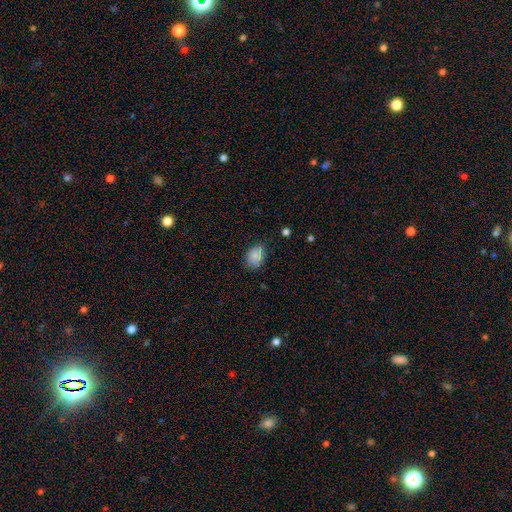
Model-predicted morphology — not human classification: Smooth or featured?
  - smooth: 87% *
  - star or artifact: 8%
  - featured or disk: 5%
How rounded?
  - in between: 76% *
  - round: 23%
  - cigar-shaped: 1%
Merging?
  - none: 74% *
  - minor disturbance: 21%
  - major disturbance: 4%
  - merger: 1%